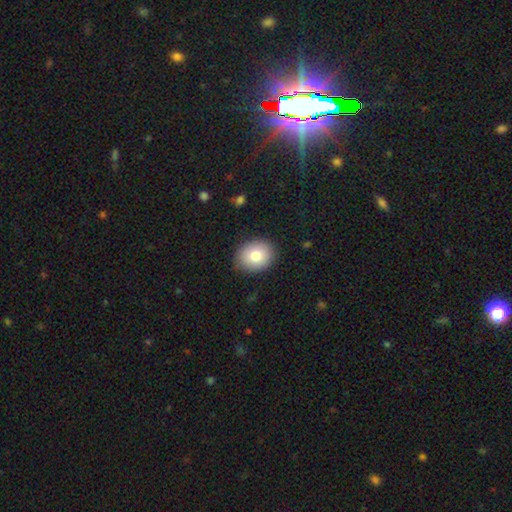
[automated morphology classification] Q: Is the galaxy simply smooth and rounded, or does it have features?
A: smooth — 80%.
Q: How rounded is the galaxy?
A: round — 54%.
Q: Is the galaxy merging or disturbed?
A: none — 87%.